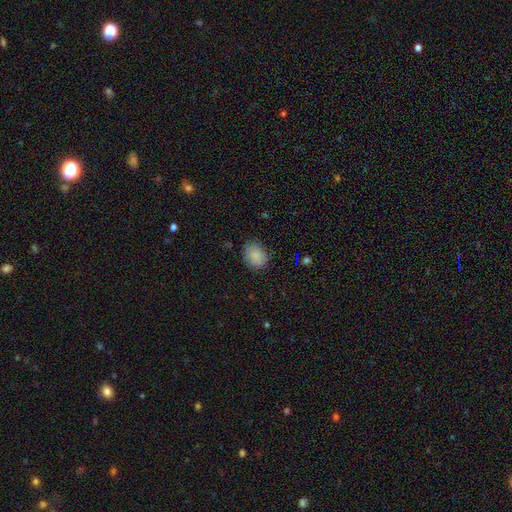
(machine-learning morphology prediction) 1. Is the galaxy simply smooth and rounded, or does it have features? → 86% smooth, 9% star or artifact, 5% featured or disk.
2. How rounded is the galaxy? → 52% round, 47% in between, 1% cigar-shaped.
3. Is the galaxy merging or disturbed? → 76% none, 19% minor disturbance, 4% major disturbance, 1% merger.